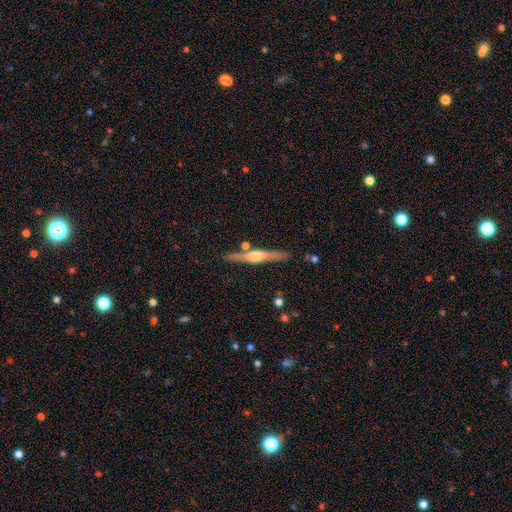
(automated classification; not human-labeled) Smooth or featured: featured or disk — 73% (smooth — 21%)
Edge-on disk: yes — 97% (no — 3%)
Edge-on bulge: rounded — 90% (boxy — 6%)
Merging: none — 85% (minor disturbance — 9%)